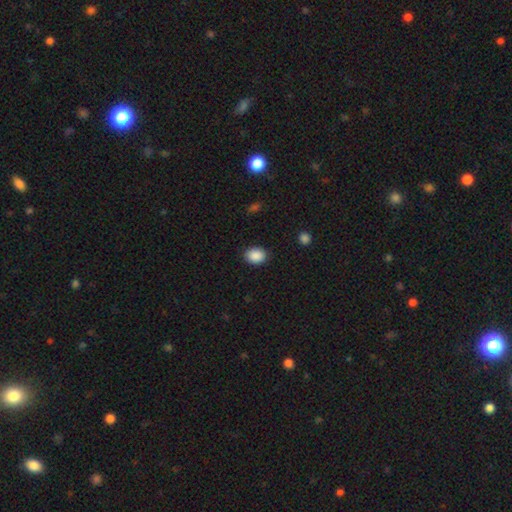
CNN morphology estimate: A smooth galaxy with no disk features (89%) that is in between round and cigar-shaped (62%).

Vote fractions:
- Smooth or featured? smooth: 89% / star or artifact: 8% / featured or disk: 3%
- How rounded? in between: 62% / round: 37% / cigar-shaped: 1%
- Merging? none: 88% / minor disturbance: 9% / major disturbance: 2% / merger: 1%